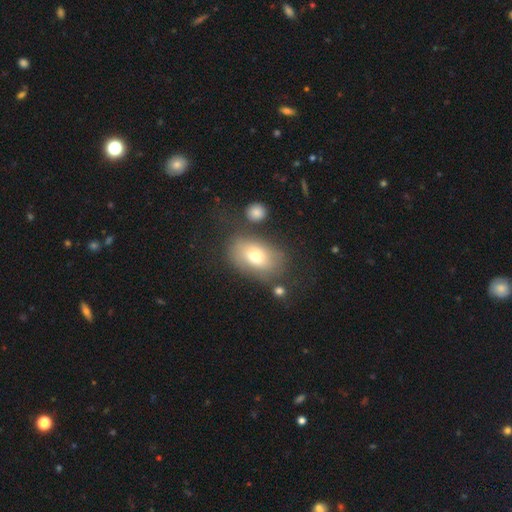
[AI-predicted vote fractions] Overall: smooth (69%). How rounded: in between (83%). Merging: none (64%).